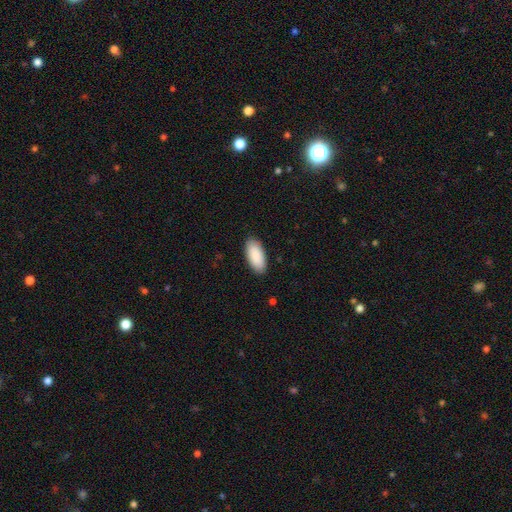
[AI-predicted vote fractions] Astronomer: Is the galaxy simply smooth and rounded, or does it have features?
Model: smooth — 90%.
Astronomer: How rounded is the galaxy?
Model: in between — 92%.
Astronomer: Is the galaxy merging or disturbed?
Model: none — 88%.